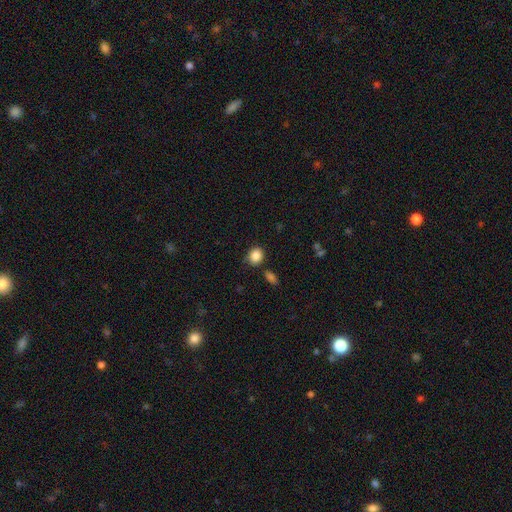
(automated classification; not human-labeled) Morphology: type=smooth (87%); roundness=round (71%); merging=none (71%).